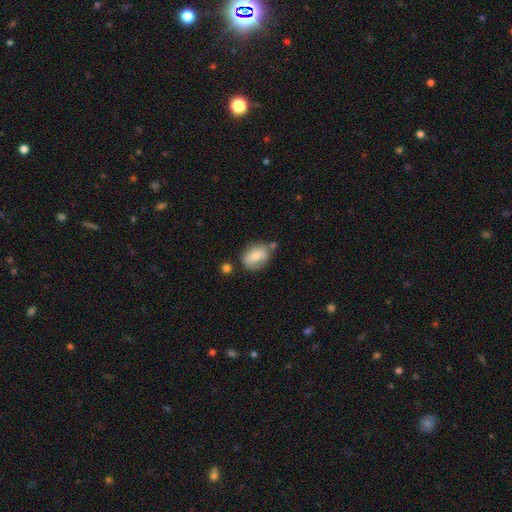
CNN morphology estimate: Q: Smooth or featured?
A: smooth (67%); runner-up: featured or disk (26%)
Q: How rounded?
A: in between (67%); runner-up: round (32%)
Q: Merging?
A: none (56%); runner-up: minor disturbance (25%)